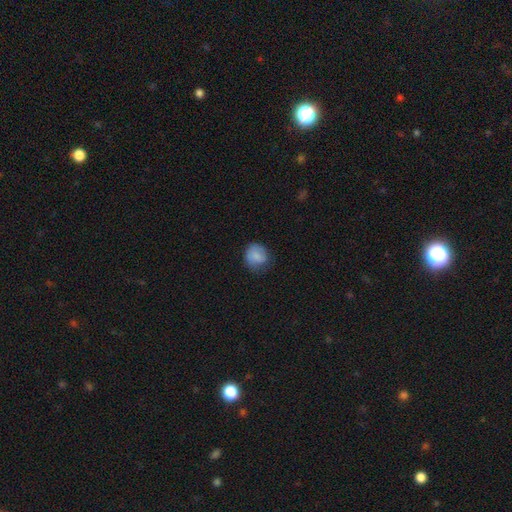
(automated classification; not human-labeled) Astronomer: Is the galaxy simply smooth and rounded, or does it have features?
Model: smooth — 81%.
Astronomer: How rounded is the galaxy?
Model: round — 75%.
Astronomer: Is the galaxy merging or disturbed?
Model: none — 67%.